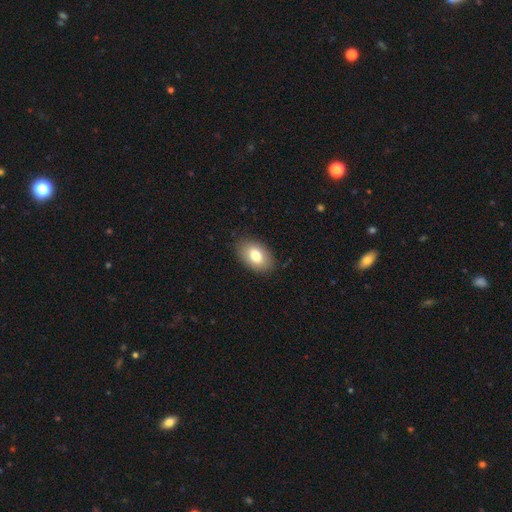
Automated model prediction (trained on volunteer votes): Morphology: type=smooth (80%); roundness=in between (90%); merging=none (84%).